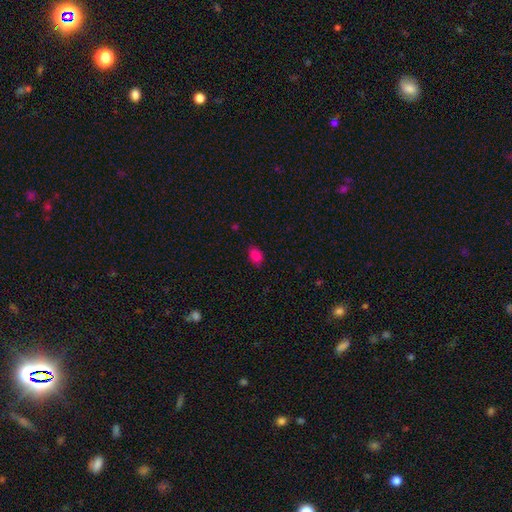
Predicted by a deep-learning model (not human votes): This appears to be a smooth galaxy with no disk features (82%) that is in between round and cigar-shaped (82%). Merging: none (80%).